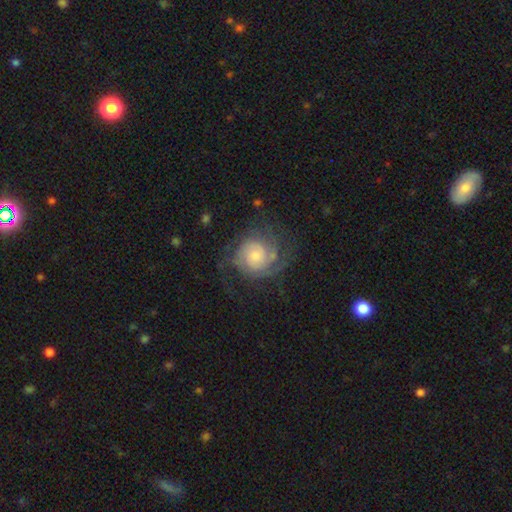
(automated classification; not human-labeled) Smooth or featured? Predicted: featured or disk (p=0.77). Edge-on disk? Predicted: no (p=0.98). Bar? Predicted: no (p=0.71). Spiral arms? Predicted: yes (p=0.94). Spiral winding? Predicted: tight (p=0.58). Spiral arm count? Predicted: 2 (p=0.39). Bulge size? Predicted: moderate (p=0.44). Merging? Predicted: none (p=0.63).